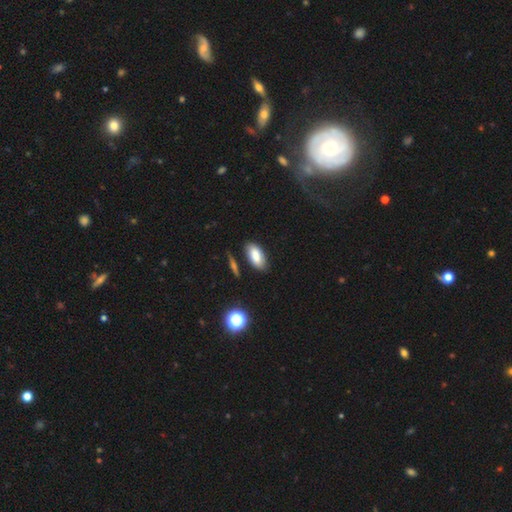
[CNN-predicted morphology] A smooth galaxy with no disk features (84%) that is in between round and cigar-shaped (90%).

Vote fractions:
- Smooth or featured? smooth: 84% / star or artifact: 8% / featured or disk: 8%
- How rounded? in between: 90% / cigar-shaped: 7% / round: 3%
- Merging? none: 80% / minor disturbance: 13% / merger: 4% / major disturbance: 3%